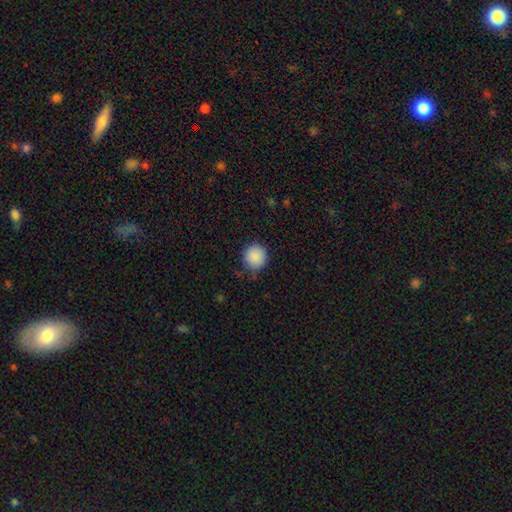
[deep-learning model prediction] Smooth or featured? smooth (89%)
How rounded? round (93%)
Merging? none (85%)